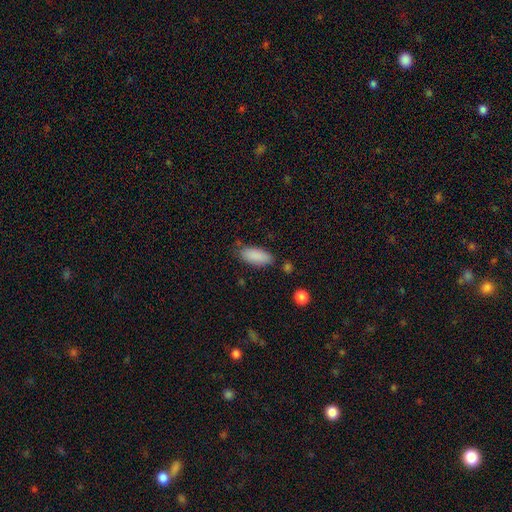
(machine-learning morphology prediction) A smooth galaxy with no disk features (88%) that is in between round and cigar-shaped (80%).

Vote fractions:
- Smooth or featured? smooth: 88% / star or artifact: 7% / featured or disk: 5%
- How rounded? in between: 80% / cigar-shaped: 18% / round: 2%
- Merging? none: 75% / minor disturbance: 18% / major disturbance: 4% / merger: 4%